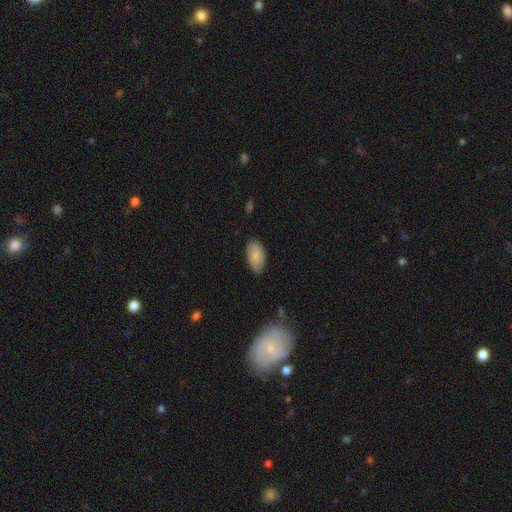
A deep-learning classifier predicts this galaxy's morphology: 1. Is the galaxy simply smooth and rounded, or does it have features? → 83% smooth, 11% featured or disk, 7% star or artifact.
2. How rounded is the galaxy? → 95% in between, 3% round, 2% cigar-shaped.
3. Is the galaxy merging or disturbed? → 81% none, 15% minor disturbance, 3% major disturbance, 1% merger.